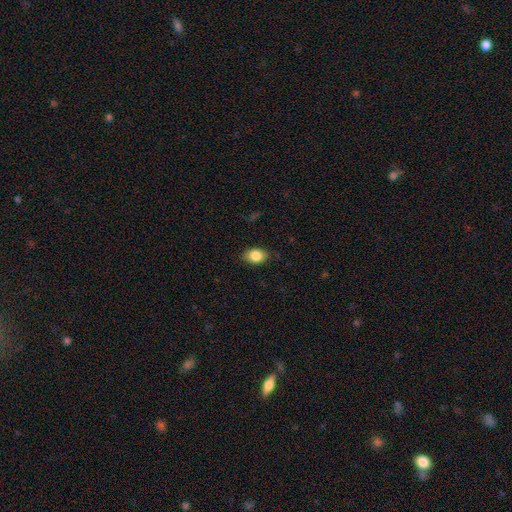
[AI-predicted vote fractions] Q: Smooth or featured?
A: smooth (85%); runner-up: star or artifact (8%)
Q: How rounded?
A: in between (76%); runner-up: round (23%)
Q: Merging?
A: none (84%); runner-up: minor disturbance (13%)